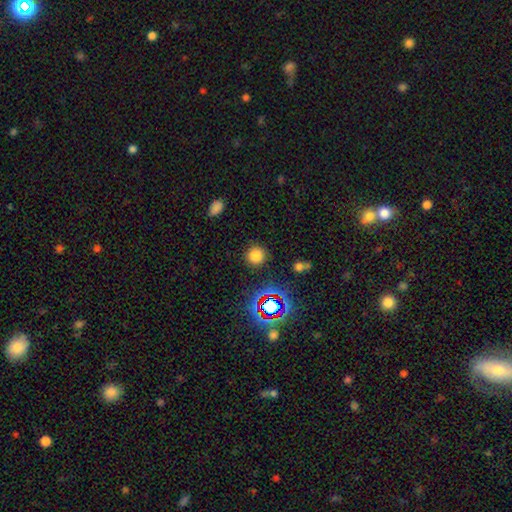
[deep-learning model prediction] A smooth galaxy with no disk features (76%) that is round (93%). Merging: none (89%).